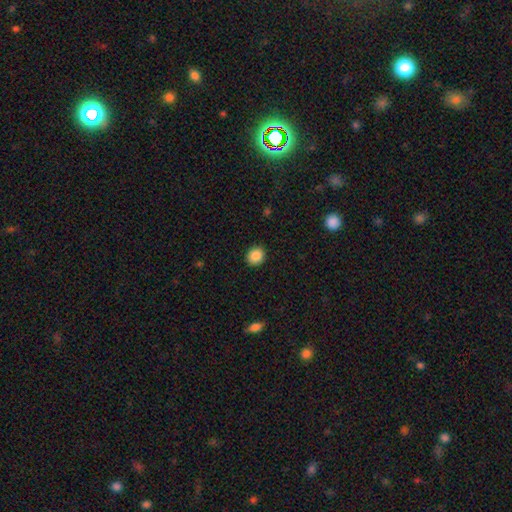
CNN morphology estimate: Overall: smooth (87%). How rounded: round (81%). Merging: none (91%).